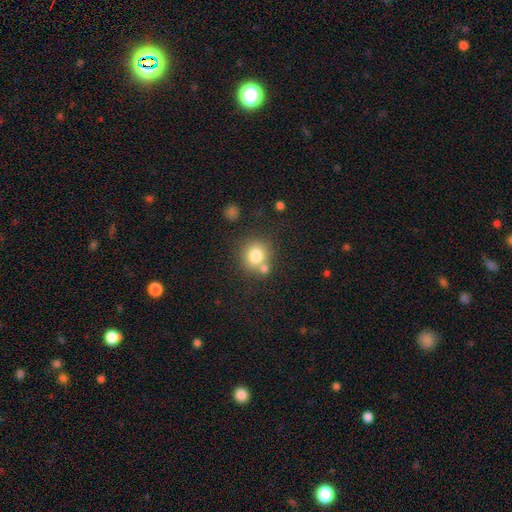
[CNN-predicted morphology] Overall: smooth (79%). How rounded: round (85%). Merging: none (60%; merger 26%).